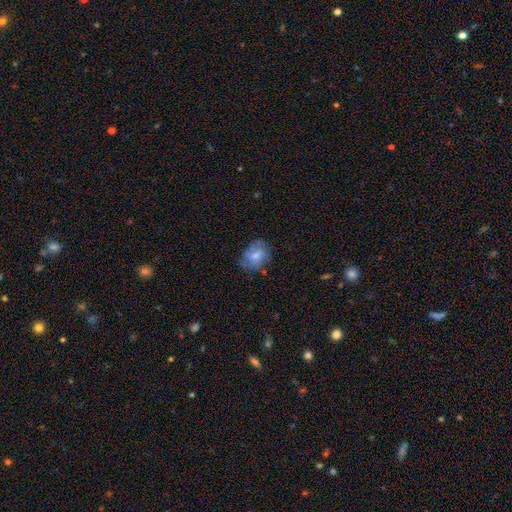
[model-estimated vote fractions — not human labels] Smooth or featured?
  - smooth: 58% *
  - featured or disk: 33%
  - star or artifact: 9%
How rounded?
  - in between: 58% *
  - round: 41%
  - cigar-shaped: 1%
Merging?
  - none: 60% *
  - minor disturbance: 26%
  - major disturbance: 12%
  - merger: 3%